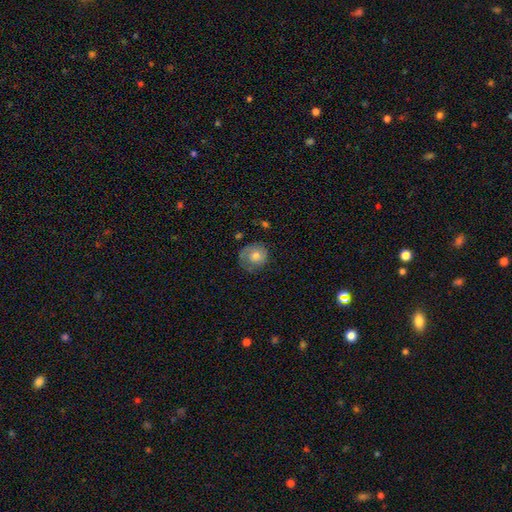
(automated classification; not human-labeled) A smooth galaxy with no disk features (61%) that is round (83%). Merging: none (63%).